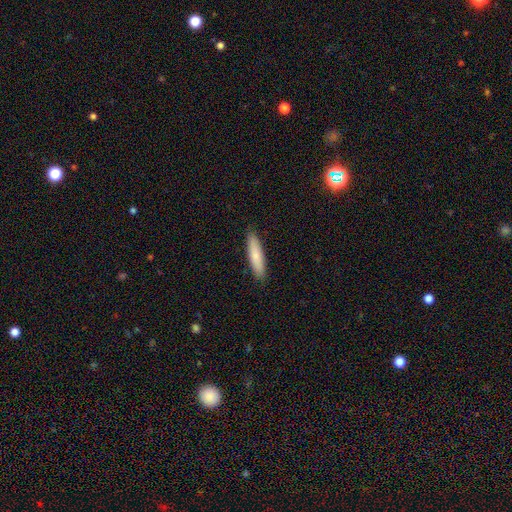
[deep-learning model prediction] A smooth galaxy with no disk features (79%) that is cigar-shaped (77%). Merging: none (89%).